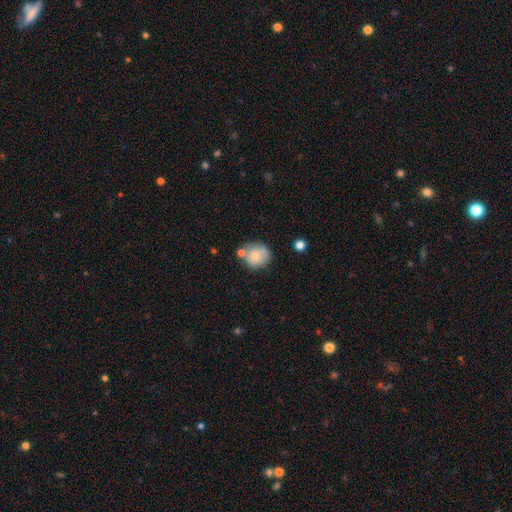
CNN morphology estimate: Overall: smooth (77%). How rounded: round (88%). Merging: none (62%).